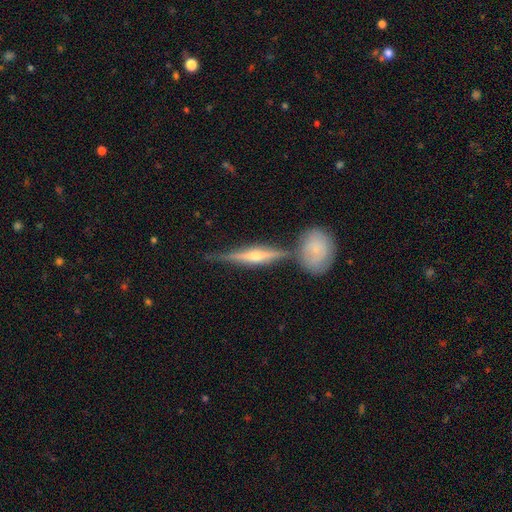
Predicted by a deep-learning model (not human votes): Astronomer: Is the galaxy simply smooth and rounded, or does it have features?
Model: featured or disk — 75%.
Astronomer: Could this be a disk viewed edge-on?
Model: yes — 95%.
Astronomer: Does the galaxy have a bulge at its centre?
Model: rounded — 86%.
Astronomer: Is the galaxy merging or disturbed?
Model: none — 68%.